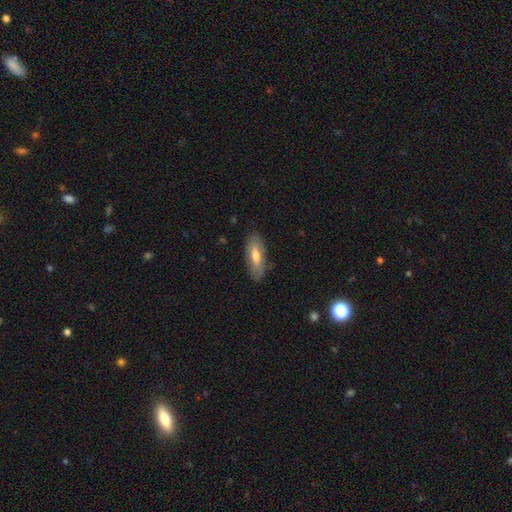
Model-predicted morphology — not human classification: A smooth galaxy with no disk features (56%) that is in between round and cigar-shaped (69%).

Vote fractions:
- Smooth or featured? smooth: 56% / featured or disk: 37% / star or artifact: 7%
- How rounded? in between: 69% / cigar-shaped: 28% / round: 2%
- Merging? none: 81% / minor disturbance: 14% / major disturbance: 3% / merger: 1%